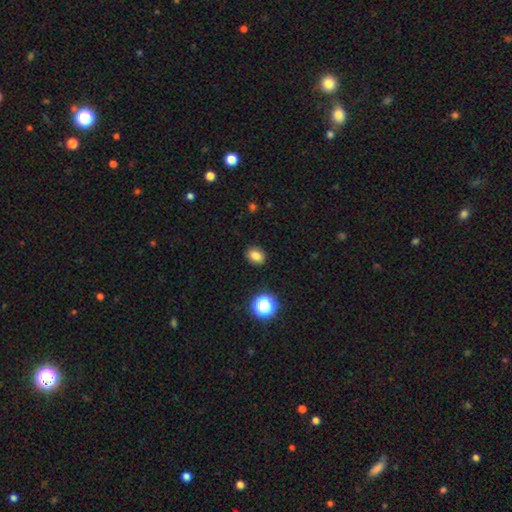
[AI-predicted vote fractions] This appears to be a smooth galaxy with no disk features (81%) that is in between round and cigar-shaped (57%). Merging: none (88%).